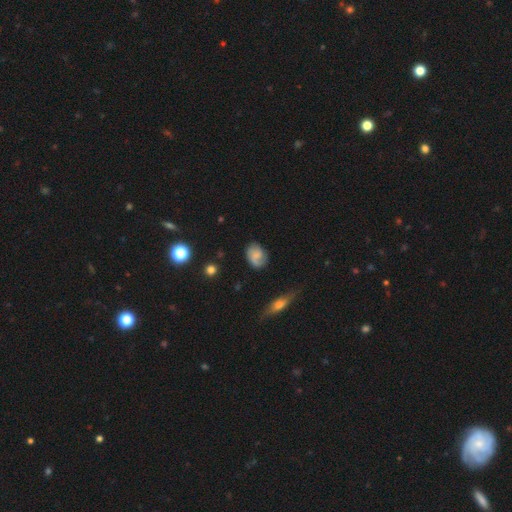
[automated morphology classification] smooth_or_featured: smooth (p=0.50) [alt: featured or disk p=0.40]
how_rounded: in between (p=0.65) [alt: round p=0.33]
merging: none (p=0.68) [alt: minor disturbance p=0.23]